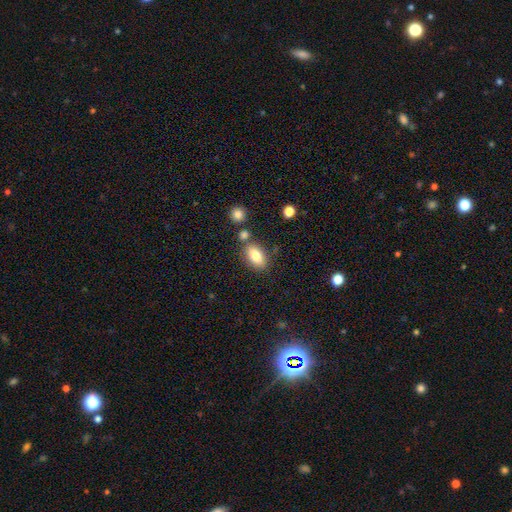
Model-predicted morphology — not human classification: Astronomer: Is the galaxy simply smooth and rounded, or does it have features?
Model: smooth — 81%.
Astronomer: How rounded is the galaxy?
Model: in between — 88%.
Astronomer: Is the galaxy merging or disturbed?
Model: none — 73%.